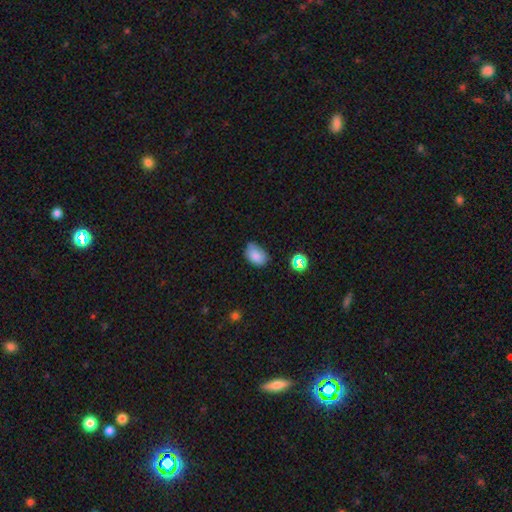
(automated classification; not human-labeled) This is clearly a smooth galaxy (81%). How rounded: clearly in between (83%). Merging: possibly none (57%).